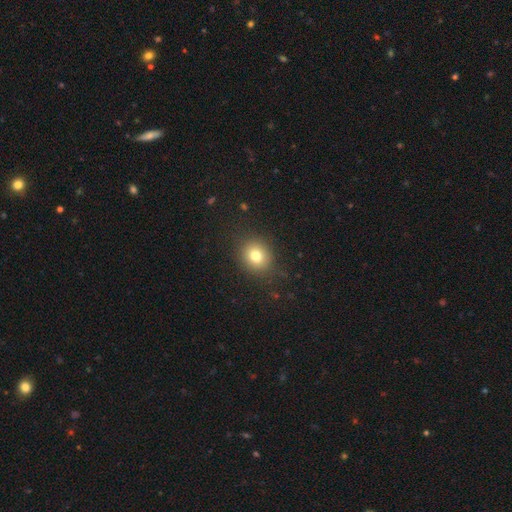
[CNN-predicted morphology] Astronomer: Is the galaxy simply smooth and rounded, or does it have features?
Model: smooth — 78%.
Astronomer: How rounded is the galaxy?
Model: round — 78%.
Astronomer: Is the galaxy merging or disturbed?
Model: none — 85%.